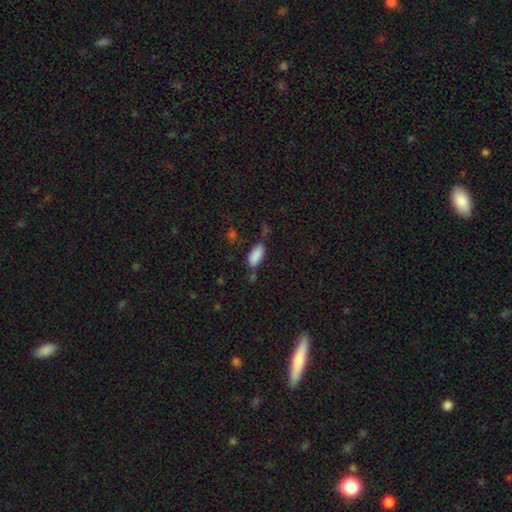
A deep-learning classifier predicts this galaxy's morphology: Overall: smooth (88%). How rounded: in between (91%). Merging: none (64%).